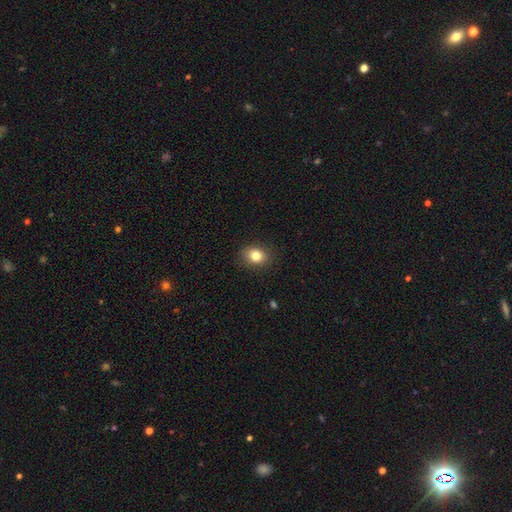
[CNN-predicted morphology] Smooth or featured: smooth — 81% (star or artifact — 11%)
How rounded: in between — 50% (round — 49%)
Merging: none — 88% (minor disturbance — 9%)